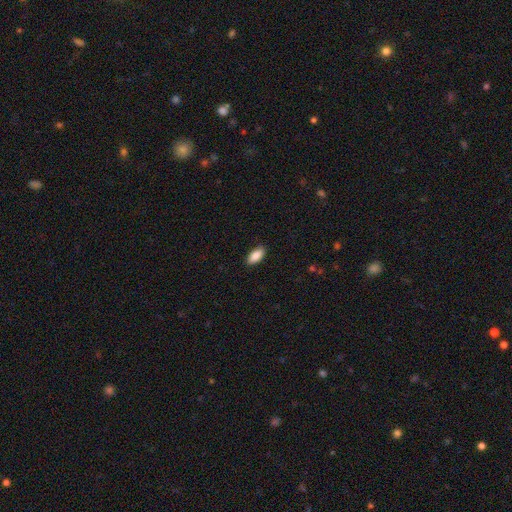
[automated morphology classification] A smooth galaxy with no disk features (89%) that is in between round and cigar-shaped (90%).

Vote fractions:
- Smooth or featured? smooth: 89% / star or artifact: 6% / featured or disk: 5%
- How rounded? in between: 90% / cigar-shaped: 8% / round: 2%
- Merging? none: 88% / minor disturbance: 9% / major disturbance: 2% / merger: 1%